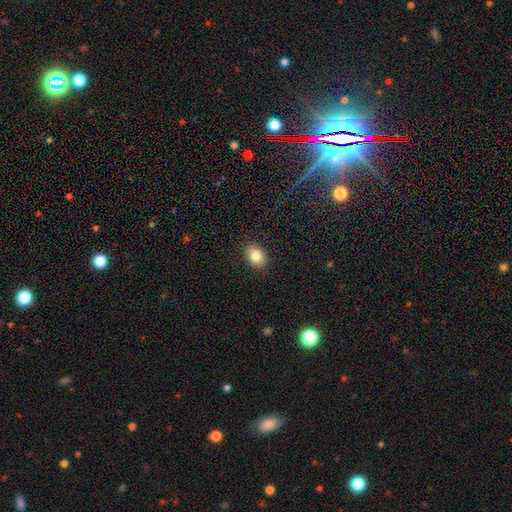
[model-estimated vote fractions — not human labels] This appears to be a smooth galaxy with no disk features (83%) that is in between round and cigar-shaped (70%). Merging: none (89%).